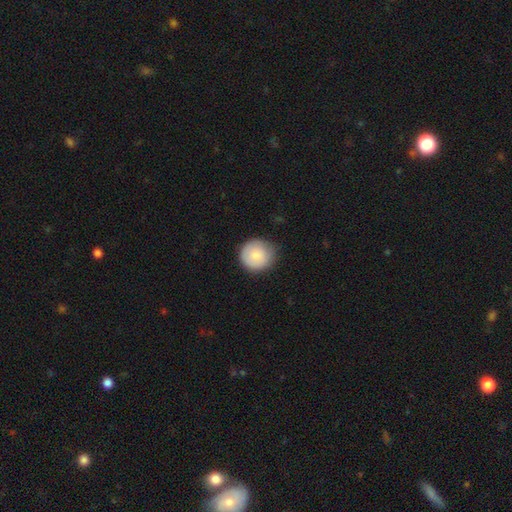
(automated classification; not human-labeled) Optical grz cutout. It shows a smooth galaxy with no disk features (84%) that is round (92%). Merging: none (78%).